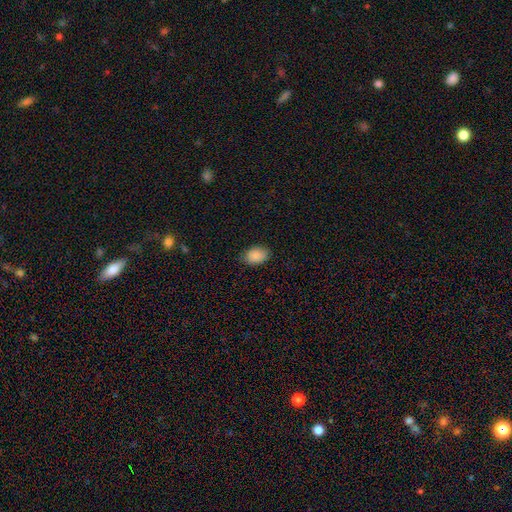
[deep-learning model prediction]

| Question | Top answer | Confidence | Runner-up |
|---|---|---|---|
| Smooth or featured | smooth | 90% | star or artifact (7%) |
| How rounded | in between | 86% | round (13%) |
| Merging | none | 85% | minor disturbance (11%) |